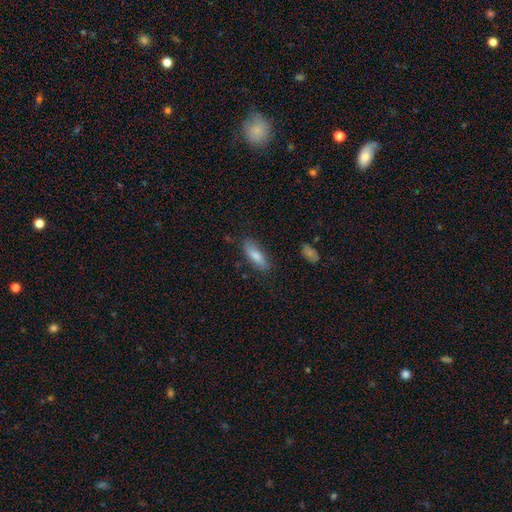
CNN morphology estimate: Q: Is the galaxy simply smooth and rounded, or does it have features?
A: smooth — 77%.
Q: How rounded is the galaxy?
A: in between — 61%.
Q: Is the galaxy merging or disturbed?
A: none — 79%.